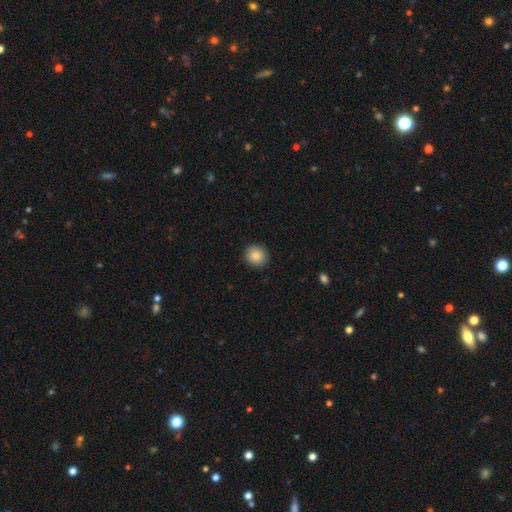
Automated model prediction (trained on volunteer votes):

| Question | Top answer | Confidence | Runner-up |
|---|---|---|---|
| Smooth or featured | smooth | 86% | star or artifact (9%) |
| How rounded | round | 91% | in between (8%) |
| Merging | none | 92% | minor disturbance (6%) |